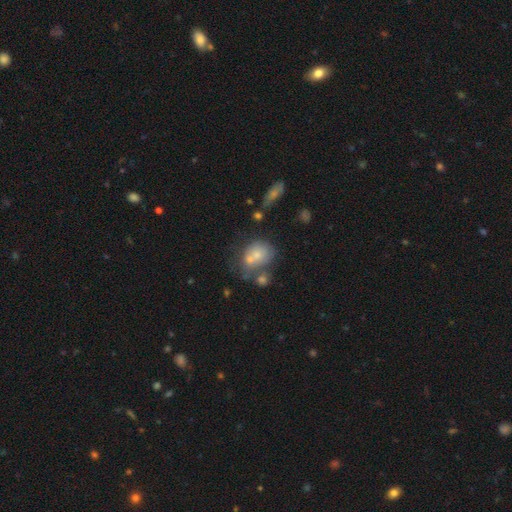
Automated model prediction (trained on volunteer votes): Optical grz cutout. It shows a smooth galaxy with no disk features (66%) that is in between round and cigar-shaped (50%). Merging: merger (40%).